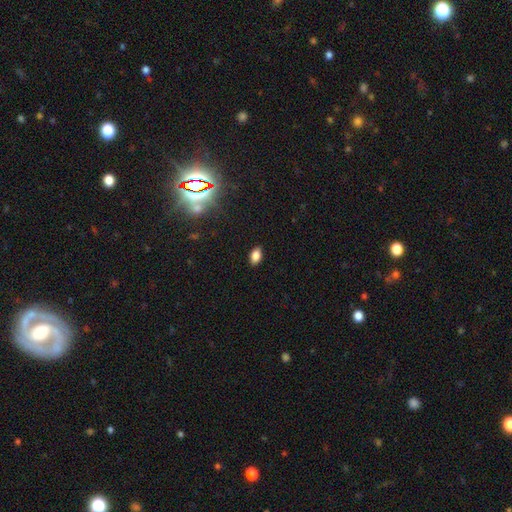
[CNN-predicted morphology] A smooth galaxy with no disk features (82%) that is in between round and cigar-shaped (90%). Merging: none (88%).